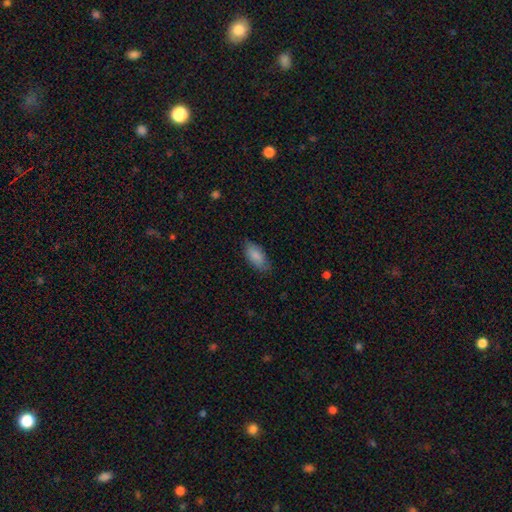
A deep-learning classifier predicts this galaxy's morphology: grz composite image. It shows a smooth galaxy with no disk features (85%) that is in between round and cigar-shaped (90%). Merging: none (79%).